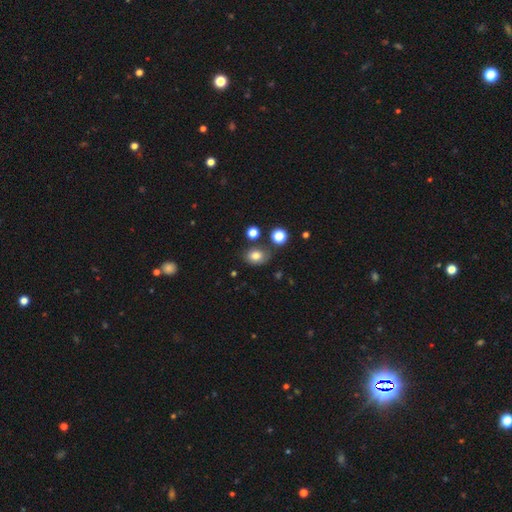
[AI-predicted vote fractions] smooth 79%, star or artifact 12%, featured or disk 9%. Down the decision tree: how rounded — in between (60%); merging — none (72%).